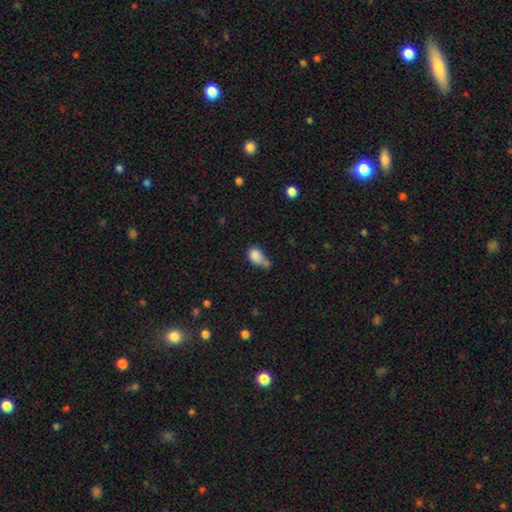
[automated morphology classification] type=smooth (82%); roundness=in between (75%); merging=merger (32%).